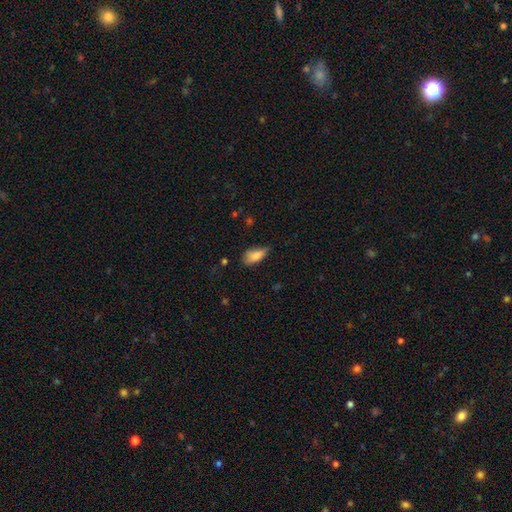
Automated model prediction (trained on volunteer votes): smooth 80%, featured or disk 13%, star or artifact 7%. Down the decision tree: how rounded — in between (84%); merging — none (54%).